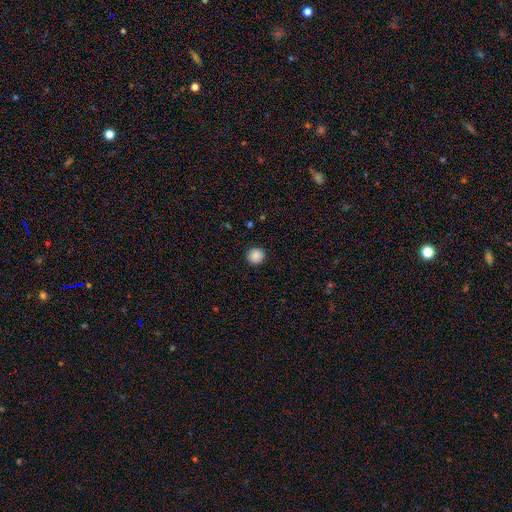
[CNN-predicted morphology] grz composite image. It shows a smooth galaxy with no disk features (87%) that is round (94%). Merging: none (92%).